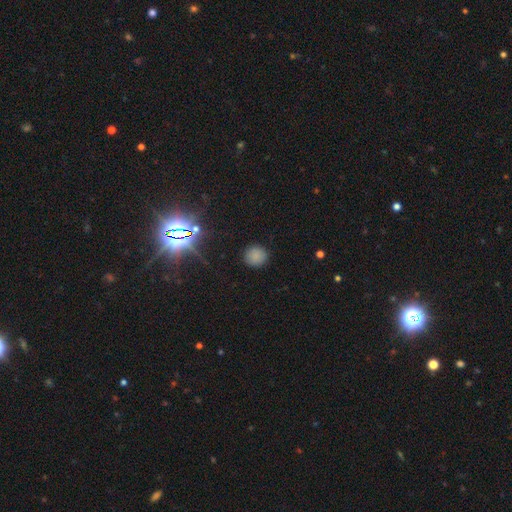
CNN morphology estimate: smooth_or_featured: smooth (p=0.80) [alt: star or artifact p=0.15]
how_rounded: round (p=0.88) [alt: in between p=0.10]
merging: none (p=0.89) [alt: minor disturbance p=0.07]